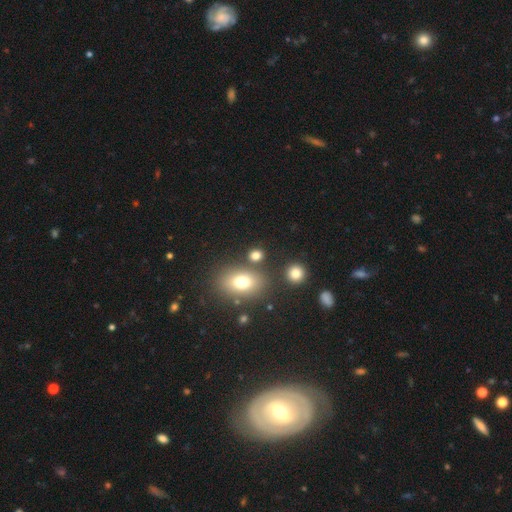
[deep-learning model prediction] The model was most divided on "how rounded": round: 56%, in between: 42%, cigar-shaped: 2%. More confident: merging — none (76%); smooth or featured — smooth (74%).